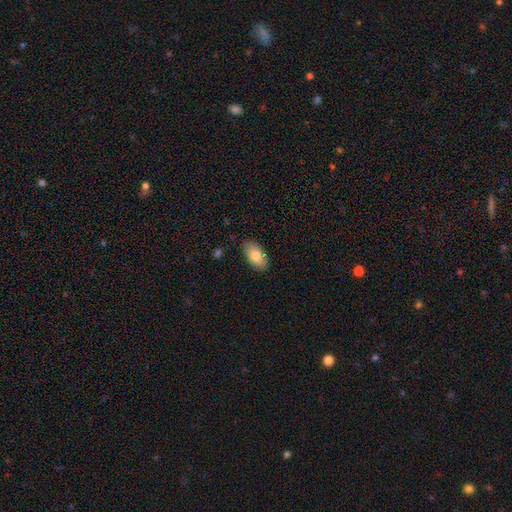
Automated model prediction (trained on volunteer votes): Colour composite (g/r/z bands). It shows a smooth galaxy with no disk features (78%) that is in between round and cigar-shaped (94%). Merging: none (86%).